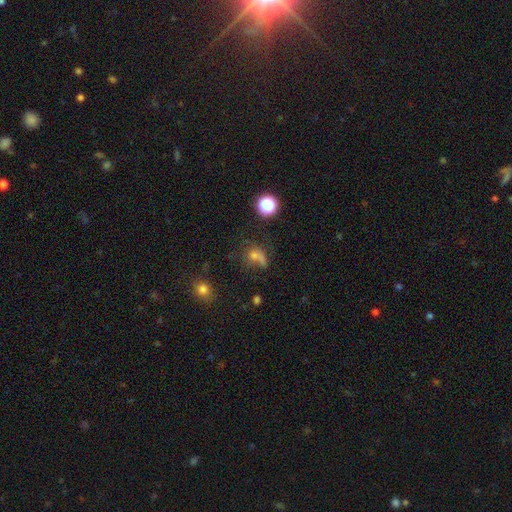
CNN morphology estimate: Smooth or featured? smooth (51%)
How rounded? round (66%)
Merging? none (43%)